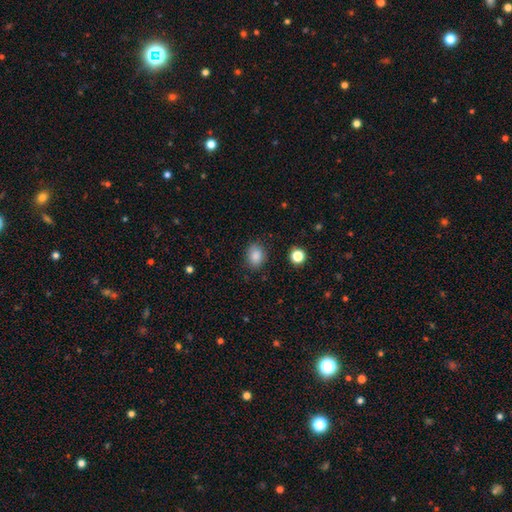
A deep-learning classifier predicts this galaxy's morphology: The model was most divided on "how rounded": in between: 56%, round: 43%, cigar-shaped: 1%. More confident: smooth or featured — smooth (85%); merging — none (83%).